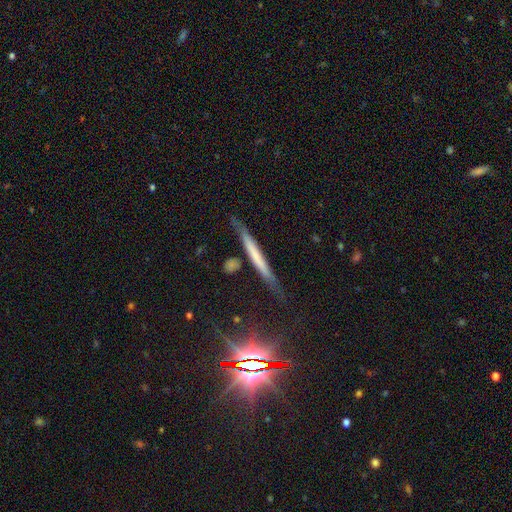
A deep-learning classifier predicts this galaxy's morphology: Smooth or featured?
  - smooth: 46% *
  - featured or disk: 44%
  - star or artifact: 10%
Merging?
  - none: 71% *
  - minor disturbance: 20%
  - major disturbance: 5%
  - merger: 4%